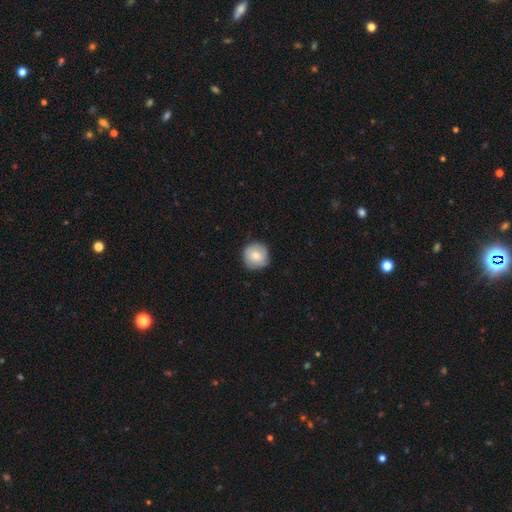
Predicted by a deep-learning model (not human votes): Overall: smooth (74%). How rounded: round (94%). Merging: none (80%).